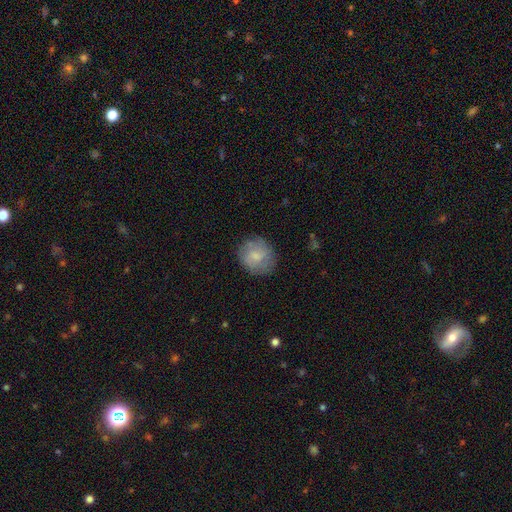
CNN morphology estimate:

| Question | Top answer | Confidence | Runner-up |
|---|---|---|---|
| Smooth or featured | smooth | 71% | featured or disk (22%) |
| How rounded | round | 81% | in between (18%) |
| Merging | none | 78% | minor disturbance (16%) |